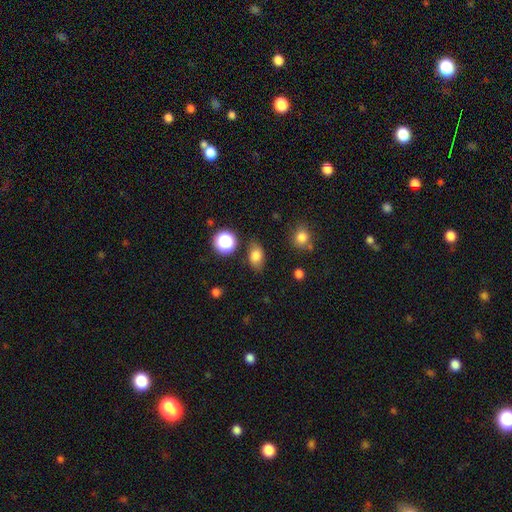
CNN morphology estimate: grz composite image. It shows a smooth galaxy with no disk features (78%) that is in between round and cigar-shaped (78%). Merging: none (80%).